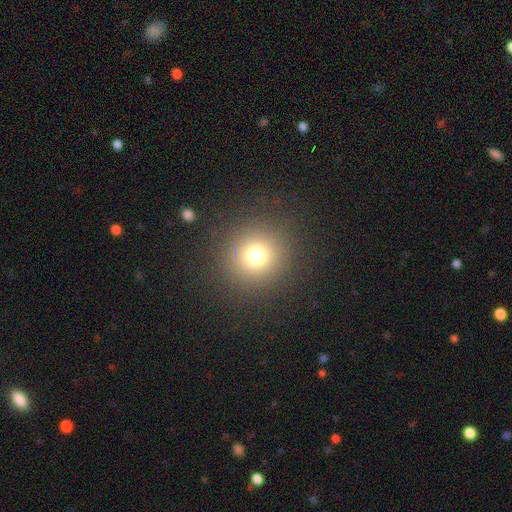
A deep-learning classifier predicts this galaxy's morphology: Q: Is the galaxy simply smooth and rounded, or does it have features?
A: smooth — 71%.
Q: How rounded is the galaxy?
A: round — 94%.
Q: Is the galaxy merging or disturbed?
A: none — 89%.